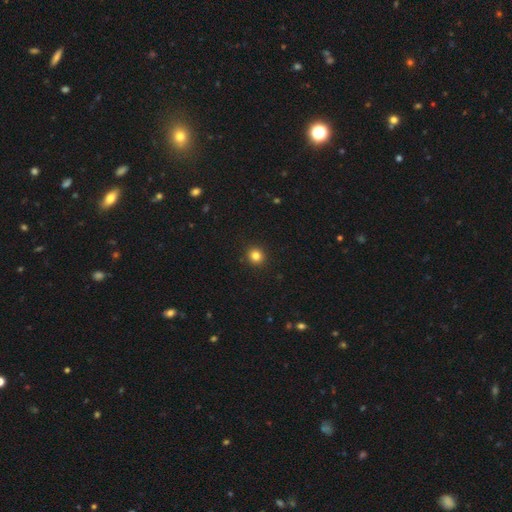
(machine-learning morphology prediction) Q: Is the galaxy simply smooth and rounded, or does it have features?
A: smooth — 83%.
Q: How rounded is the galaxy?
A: round — 92%.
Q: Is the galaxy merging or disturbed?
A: none — 93%.